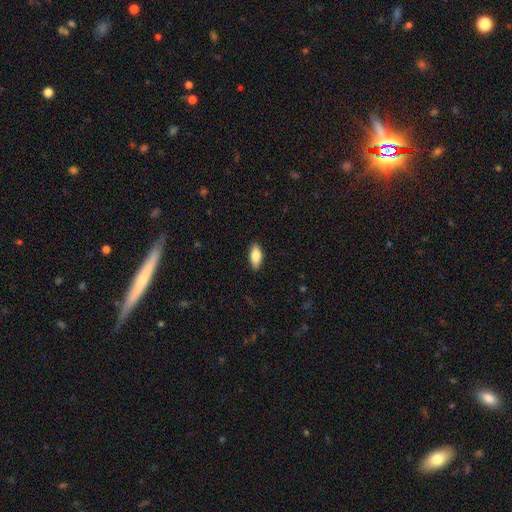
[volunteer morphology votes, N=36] Smooth or featured: smooth — 72% (featured or disk — 25%)
How rounded: in between — 62% (cigar-shaped — 31%)
Merging: none — 94% (minor disturbance — 3%)